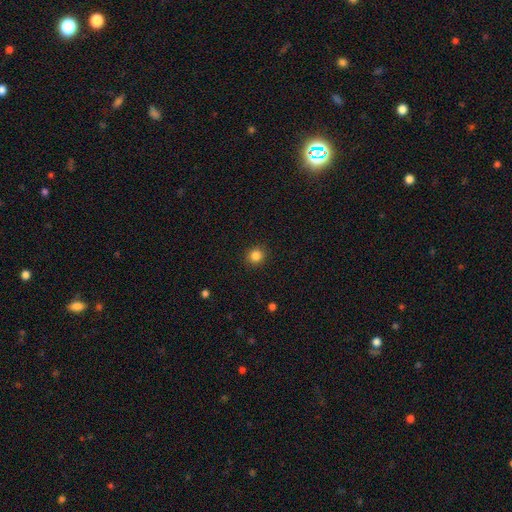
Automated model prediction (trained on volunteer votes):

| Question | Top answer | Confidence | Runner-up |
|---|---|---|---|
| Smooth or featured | smooth | 85% | star or artifact (11%) |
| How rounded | round | 90% | in between (9%) |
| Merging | none | 91% | minor disturbance (6%) |